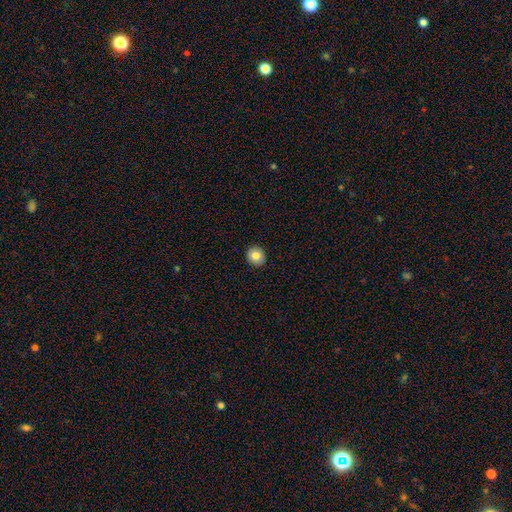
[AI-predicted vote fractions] Smooth or featured? smooth (82%)
How rounded? round (81%)
Merging? none (92%)